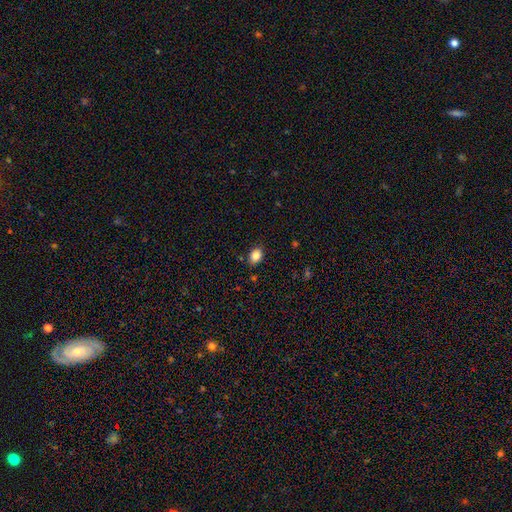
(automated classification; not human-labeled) smooth_or_featured: smooth (p=0.85) [alt: star or artifact p=0.09]
how_rounded: in between (p=0.75) [alt: round p=0.24]
merging: none (p=0.85) [alt: minor disturbance p=0.11]